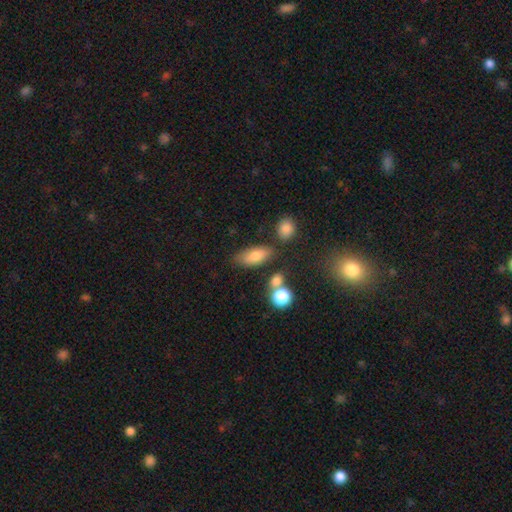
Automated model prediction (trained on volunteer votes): Smooth or featured?
  - smooth: 76% *
  - featured or disk: 15%
  - star or artifact: 9%
How rounded?
  - in between: 81% *
  - cigar-shaped: 14%
  - round: 6%
Merging?
  - none: 71% *
  - minor disturbance: 14%
  - merger: 10%
  - major disturbance: 5%